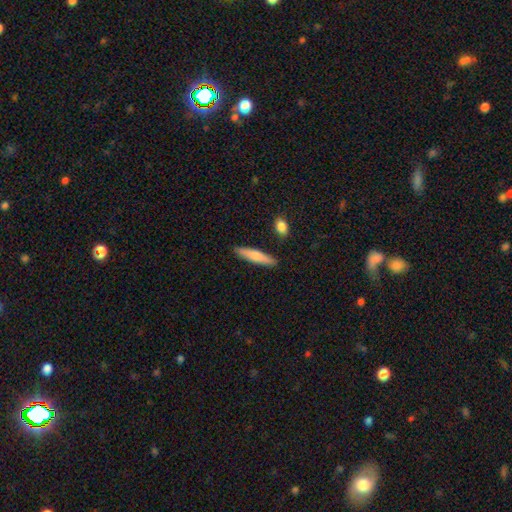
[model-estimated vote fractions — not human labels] smooth-or-featured: smooth: 75% | featured or disk: 20% | star or artifact: 6%
  how-rounded: cigar-shaped: 82% | in between: 16% | round: 2%
  merging: none: 86% | minor disturbance: 9% | merger: 3% | major disturbance: 2%